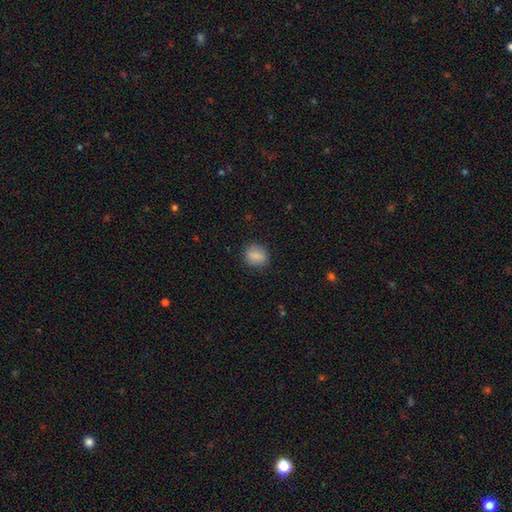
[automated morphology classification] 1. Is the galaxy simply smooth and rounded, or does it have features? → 82% smooth, 10% featured or disk, 8% star or artifact.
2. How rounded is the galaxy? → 61% round, 37% in between, 2% cigar-shaped.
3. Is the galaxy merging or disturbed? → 85% none, 11% minor disturbance, 3% major disturbance, 1% merger.